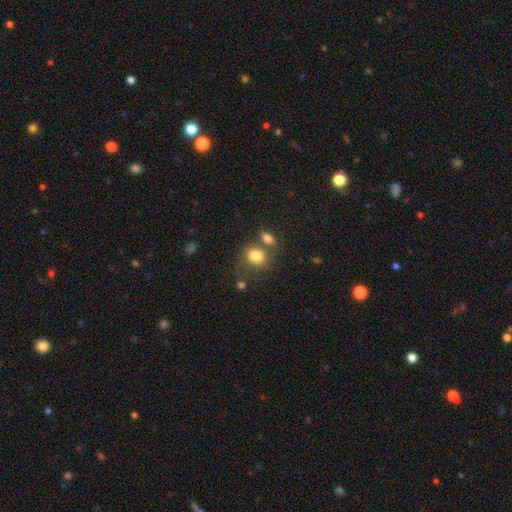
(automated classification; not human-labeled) smooth_or_featured: smooth (p=0.81) [alt: star or artifact p=0.10]
how_rounded: round (p=0.63) [alt: in between p=0.36]
merging: none (p=0.54) [alt: merger p=0.28]